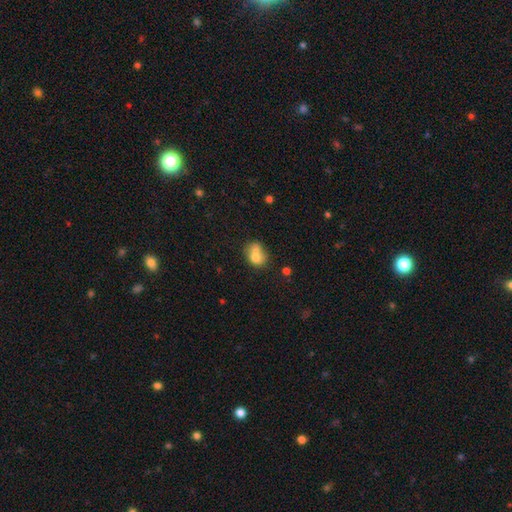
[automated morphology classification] smooth 69%, featured or disk 21%, star or artifact 10%. Down the decision tree: how rounded — round (54%); merging — merger (56%).